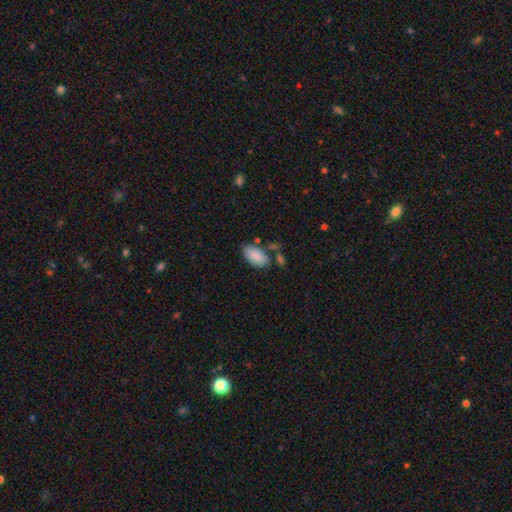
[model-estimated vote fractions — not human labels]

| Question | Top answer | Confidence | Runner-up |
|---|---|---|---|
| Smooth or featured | smooth | 87% | featured or disk (7%) |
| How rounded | in between | 94% | cigar-shaped (3%) |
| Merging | none | 66% | minor disturbance (18%) |